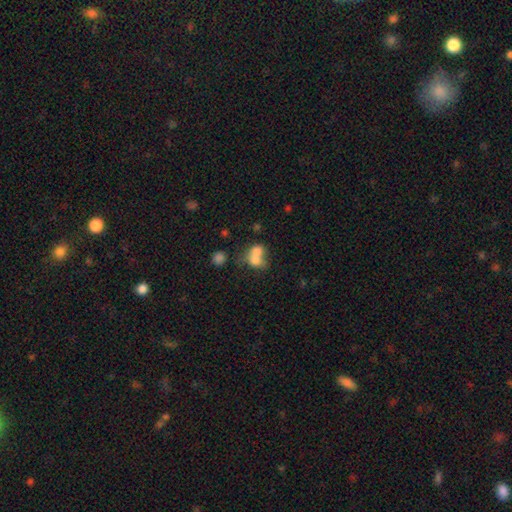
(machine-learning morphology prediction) Smooth or featured?
  - smooth: 70% *
  - featured or disk: 19%
  - star or artifact: 11%
How rounded?
  - round: 50% *
  - in between: 49%
  - cigar-shaped: 1%
Merging?
  - merger: 69% *
  - none: 19%
  - minor disturbance: 6%
  - major disturbance: 5%